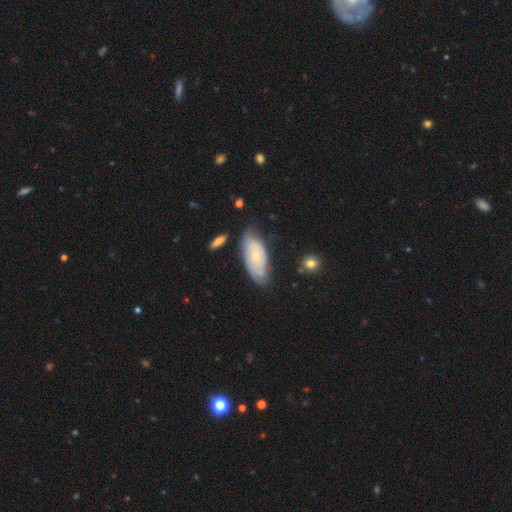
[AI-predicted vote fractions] A smooth galaxy with no disk features (47%). Merging: none (63%).